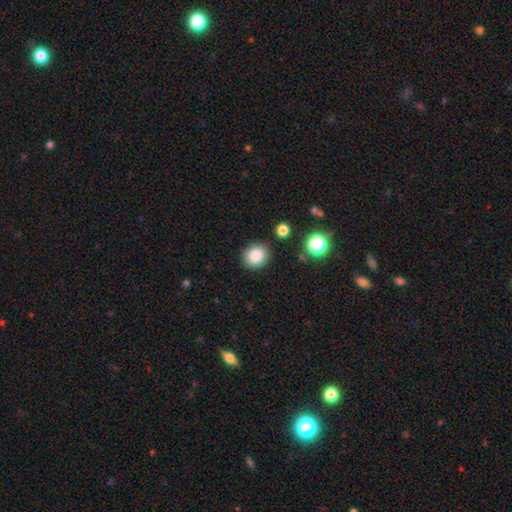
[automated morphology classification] Smooth or featured? Predicted: smooth (p=0.85). How rounded? Predicted: round (p=0.71). Merging? Predicted: none (p=0.87).